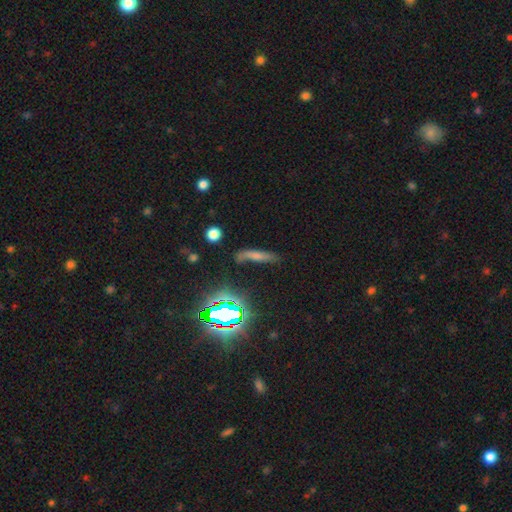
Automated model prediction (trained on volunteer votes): The model was most divided on "smooth or featured": smooth: 56%, featured or disk: 24%, star or artifact: 20%. More confident: how rounded — cigar-shaped (78%); merging — none (58%).